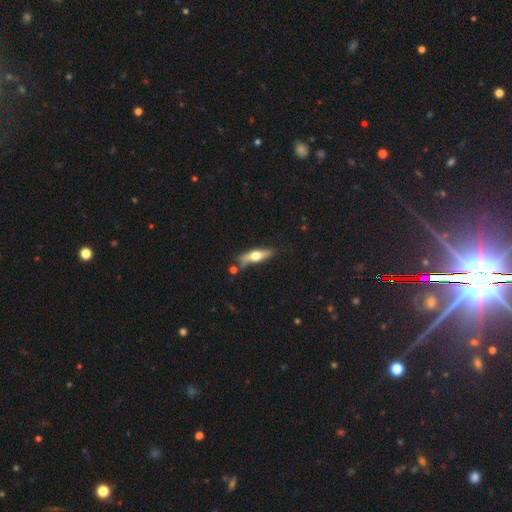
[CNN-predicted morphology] A featured or disk galaxy (51%) viewed edge-on (89%).

Vote fractions:
- Smooth or featured? featured or disk: 51% / smooth: 43% / star or artifact: 6%
- Edge-on disk? yes: 89% / no: 11%
- Merging? none: 66% / minor disturbance: 19% / merger: 9% / major disturbance: 6%